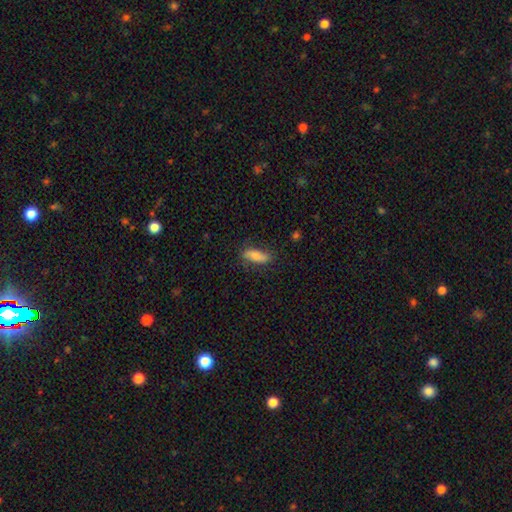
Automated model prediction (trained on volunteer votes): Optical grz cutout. It shows a smooth galaxy with no disk features (71%) that is in between round and cigar-shaped (65%). Merging: none (75%).